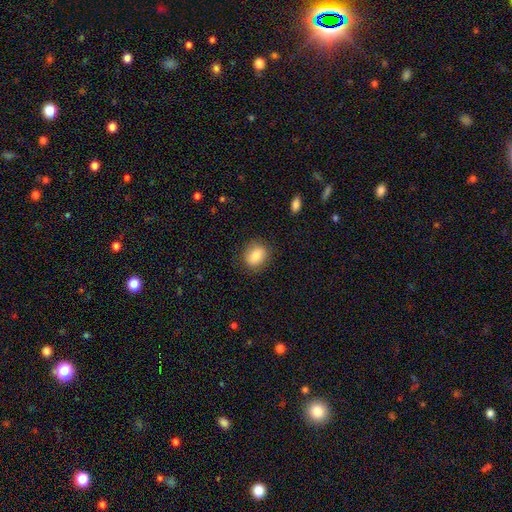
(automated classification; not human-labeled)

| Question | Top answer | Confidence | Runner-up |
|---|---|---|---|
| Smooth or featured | smooth | 82% | featured or disk (9%) |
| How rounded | in between | 54% | round (45%) |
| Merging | none | 85% | minor disturbance (10%) |